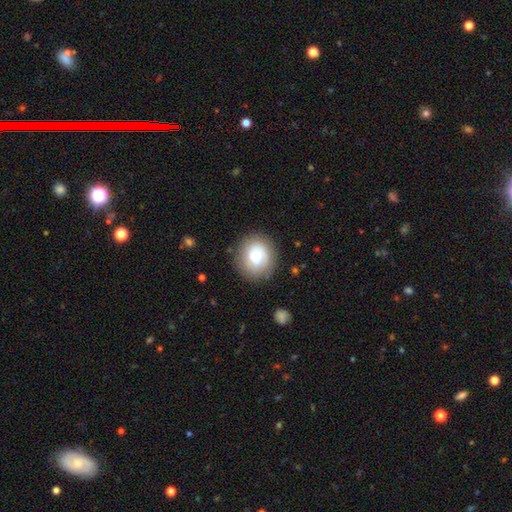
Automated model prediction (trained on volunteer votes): Overall: smooth (64%; featured or disk 28%). How rounded: round (84%). Merging: none (81%).